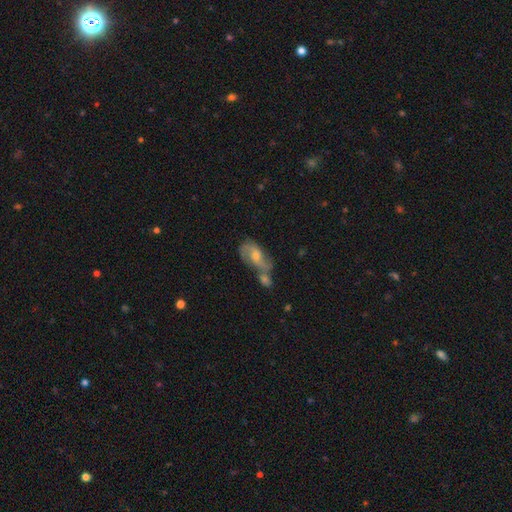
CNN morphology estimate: featured or disk 61%, smooth 29%, star or artifact 10%. Down the decision tree: edge-on disk — no (93%); bar — no (53%); spiral arms — yes (81%); bulge size — moderate (55%); merging — merger (42%).